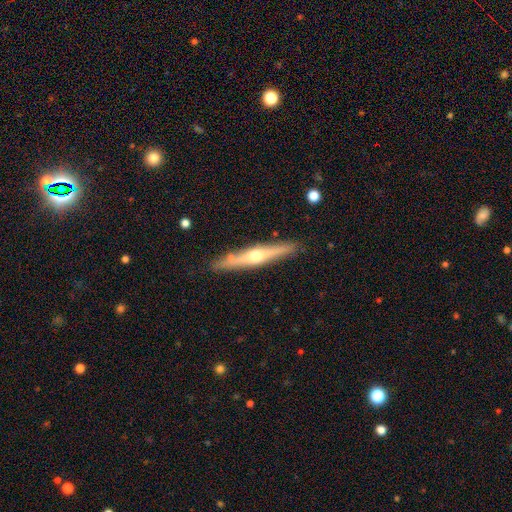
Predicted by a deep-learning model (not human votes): Morphology: type=featured or disk (63%); edge-on=yes (95%); edge-on bulge=rounded (87%); merging=none (85%).